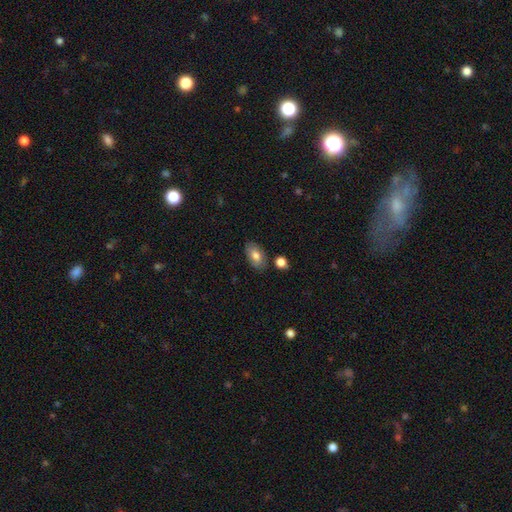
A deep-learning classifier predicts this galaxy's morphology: Q: Smooth or featured?
A: smooth (79%); runner-up: featured or disk (14%)
Q: How rounded?
A: in between (93%); runner-up: round (5%)
Q: Merging?
A: none (82%); runner-up: minor disturbance (12%)